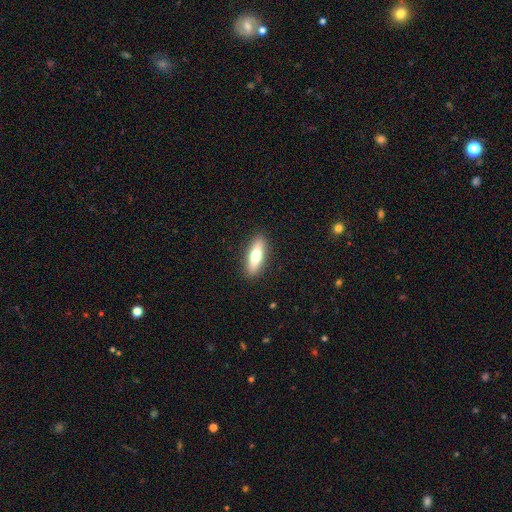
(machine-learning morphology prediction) This is likely a smooth galaxy (62%). How rounded: possibly cigar-shaped (53%). Merging: clearly none (89%).